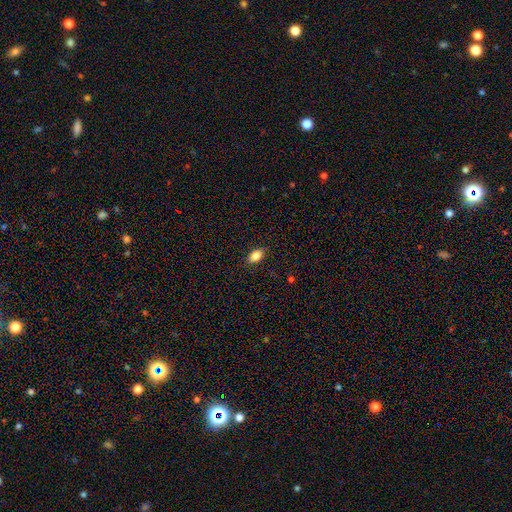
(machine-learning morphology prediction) smooth 84%, star or artifact 9%, featured or disk 7%. Down the decision tree: how rounded — in between (87%); merging — none (85%).